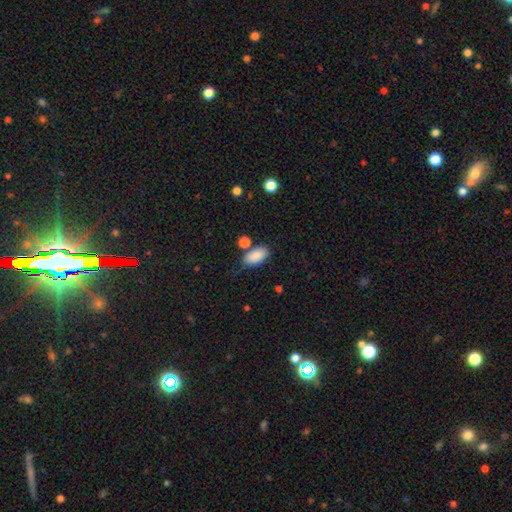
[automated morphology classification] type=smooth (88%); roundness=in between (93%); merging=none (68%).